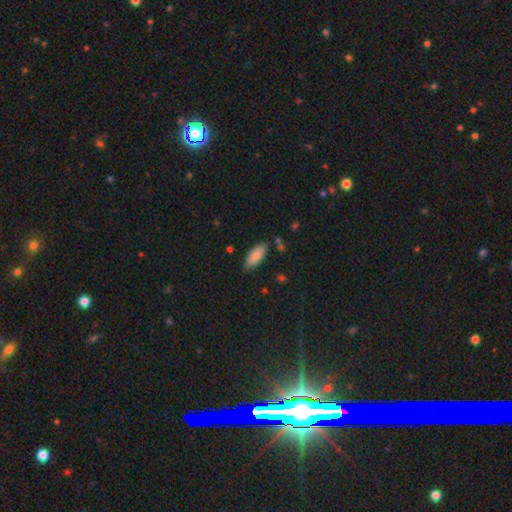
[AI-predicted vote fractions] Overall: smooth (84%). How rounded: in between (82%). Merging: none (82%).